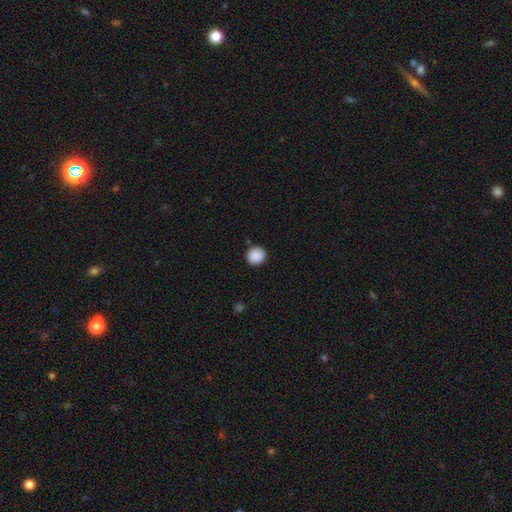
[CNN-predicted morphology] smooth 89%, star or artifact 8%, featured or disk 2%. Down the decision tree: how rounded — round (93%); merging — none (91%).